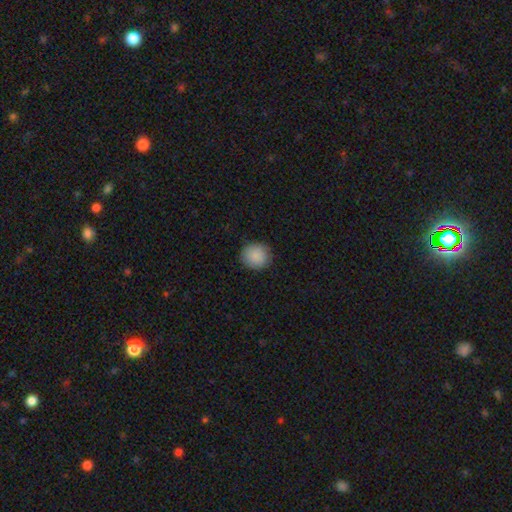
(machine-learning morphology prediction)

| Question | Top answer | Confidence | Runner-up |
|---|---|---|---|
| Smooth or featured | smooth | 89% | star or artifact (8%) |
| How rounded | round | 89% | in between (10%) |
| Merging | none | 89% | minor disturbance (8%) |